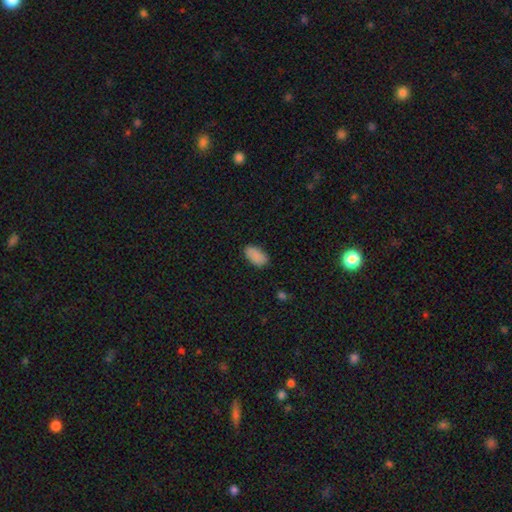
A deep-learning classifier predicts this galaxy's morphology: Smooth or featured?
  - smooth: 88% *
  - star or artifact: 8%
  - featured or disk: 4%
How rounded?
  - in between: 94% *
  - round: 3%
  - cigar-shaped: 3%
Merging?
  - none: 85% *
  - minor disturbance: 12%
  - major disturbance: 3%
  - merger: 1%